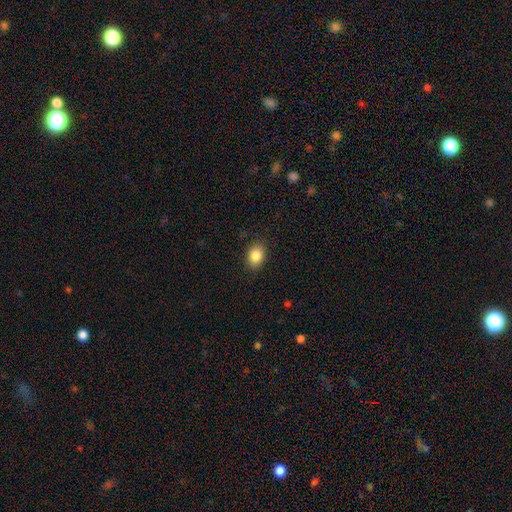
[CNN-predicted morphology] Smooth or featured? Predicted: smooth (p=0.87). How rounded? Predicted: in between (p=0.73). Merging? Predicted: none (p=0.86).